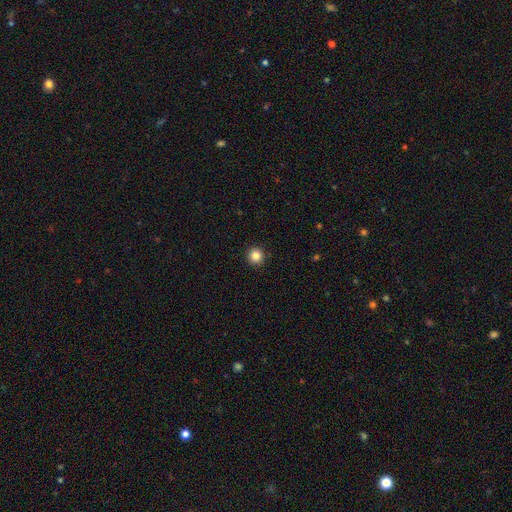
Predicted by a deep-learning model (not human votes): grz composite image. It shows a smooth galaxy with no disk features (84%) that is round (95%). Merging: none (93%).